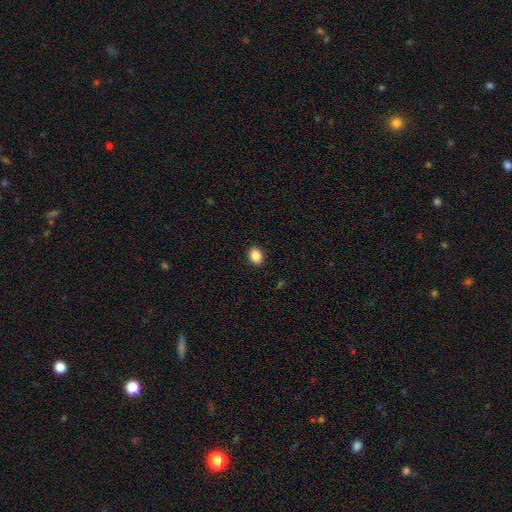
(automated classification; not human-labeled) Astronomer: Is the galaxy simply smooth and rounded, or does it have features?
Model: smooth — 88%.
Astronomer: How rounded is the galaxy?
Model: in between — 62%.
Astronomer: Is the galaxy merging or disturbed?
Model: none — 91%.